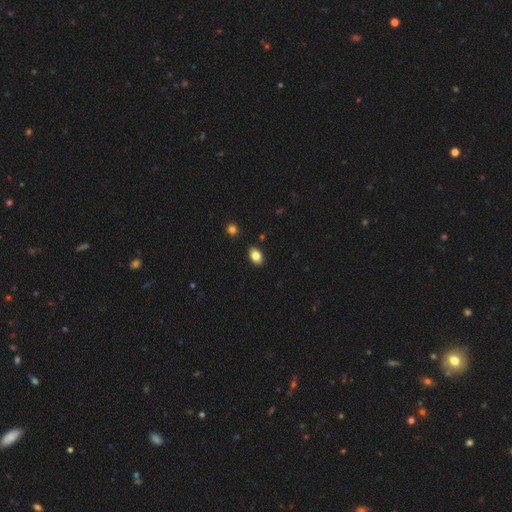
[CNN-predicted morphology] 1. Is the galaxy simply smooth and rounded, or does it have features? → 83% smooth, 9% featured or disk, 9% star or artifact.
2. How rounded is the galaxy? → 87% in between, 11% round, 2% cigar-shaped.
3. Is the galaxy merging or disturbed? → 88% none, 9% minor disturbance, 2% major disturbance, 2% merger.